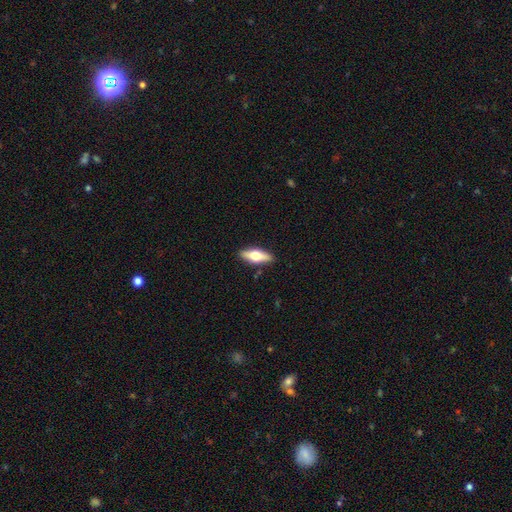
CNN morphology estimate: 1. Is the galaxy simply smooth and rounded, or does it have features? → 50% smooth, 44% featured or disk, 6% star or artifact.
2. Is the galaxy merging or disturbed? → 88% none, 9% minor disturbance, 2% major disturbance, 1% merger.